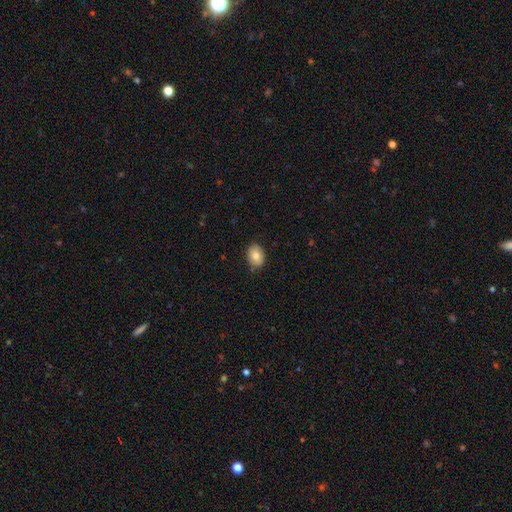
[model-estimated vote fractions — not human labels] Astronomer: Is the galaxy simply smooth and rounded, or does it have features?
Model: smooth — 79%.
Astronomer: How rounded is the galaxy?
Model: in between — 72%.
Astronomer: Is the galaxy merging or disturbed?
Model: none — 85%.